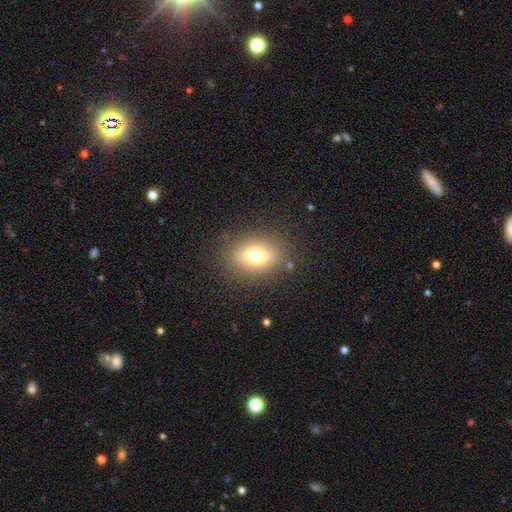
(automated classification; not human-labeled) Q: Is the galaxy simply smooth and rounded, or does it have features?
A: smooth — 70%.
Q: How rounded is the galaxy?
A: in between — 62%.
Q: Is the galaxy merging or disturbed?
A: none — 84%.